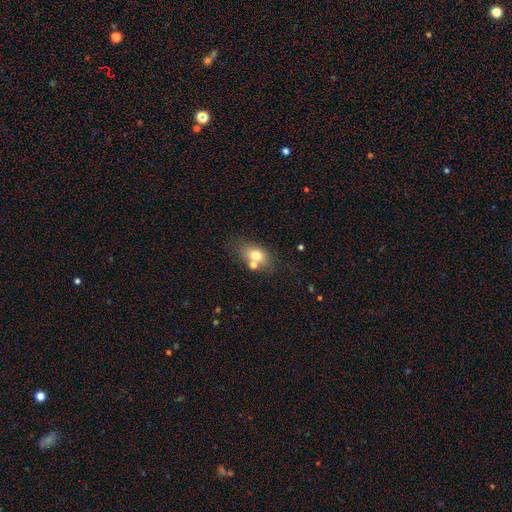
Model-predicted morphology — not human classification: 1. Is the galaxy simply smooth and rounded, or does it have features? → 72% smooth, 17% featured or disk, 11% star or artifact.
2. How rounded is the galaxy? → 76% in between, 22% round, 2% cigar-shaped.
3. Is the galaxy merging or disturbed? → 59% none, 23% merger, 14% minor disturbance, 5% major disturbance.